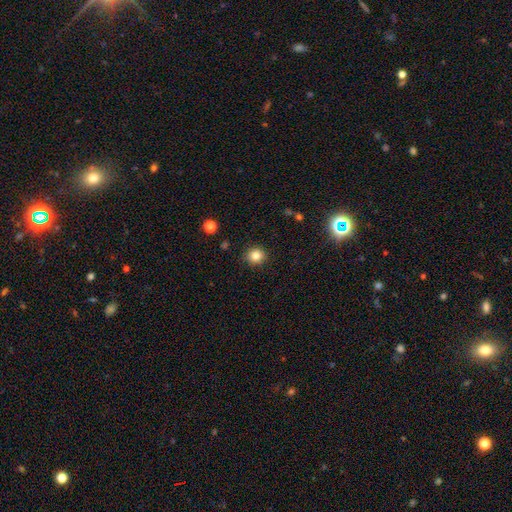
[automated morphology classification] Smooth or featured? smooth (83%)
How rounded? round (87%)
Merging? none (89%)